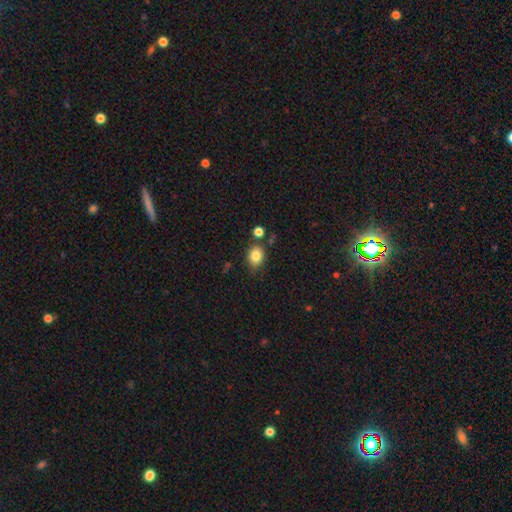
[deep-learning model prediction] This is clearly a smooth galaxy (83%). How rounded: possibly in between (50%). Merging: likely none (73%).